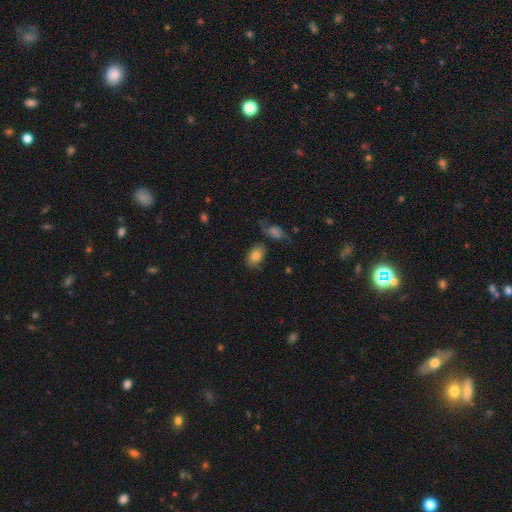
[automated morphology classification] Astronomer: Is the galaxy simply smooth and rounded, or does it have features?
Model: smooth — 79%.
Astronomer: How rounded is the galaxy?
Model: in between — 86%.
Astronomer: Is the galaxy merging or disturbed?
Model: none — 69%.